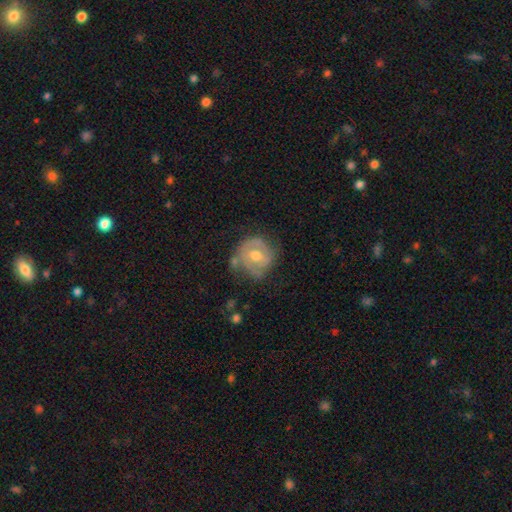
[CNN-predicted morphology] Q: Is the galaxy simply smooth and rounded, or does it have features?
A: featured or disk — 66%.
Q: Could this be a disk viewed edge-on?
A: no — 97%.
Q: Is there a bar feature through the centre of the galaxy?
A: no — 56%.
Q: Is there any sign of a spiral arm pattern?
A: yes — 74%.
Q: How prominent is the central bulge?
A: moderate — 76%.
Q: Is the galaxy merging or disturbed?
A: none — 58%.